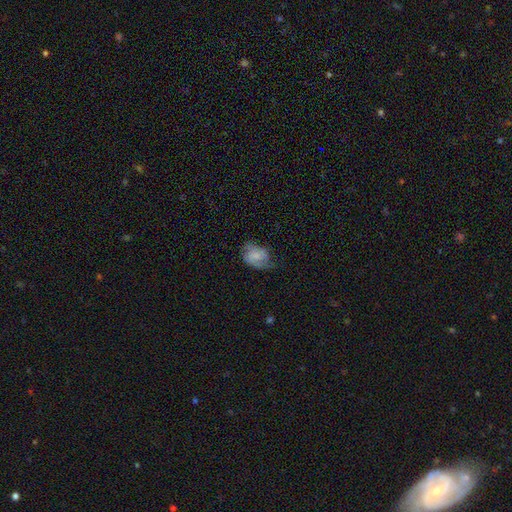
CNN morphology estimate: Overall: smooth (58%; featured or disk 34%). How rounded: in between (76%). Merging: none (47%; minor disturbance 33%).